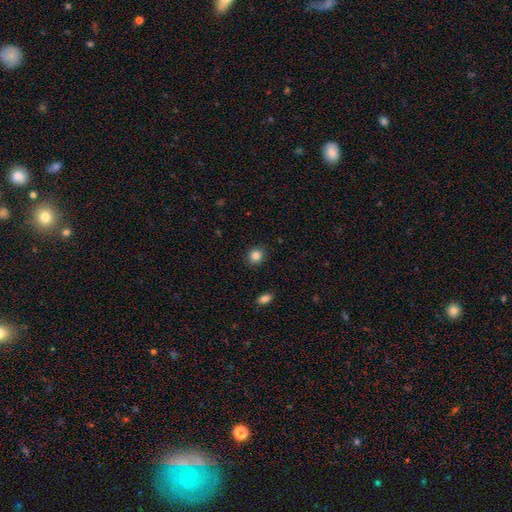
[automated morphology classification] smooth_or_featured: smooth (p=0.85) [alt: star or artifact p=0.11]
how_rounded: round (p=0.83) [alt: in between p=0.16]
merging: none (p=0.89) [alt: minor disturbance p=0.07]